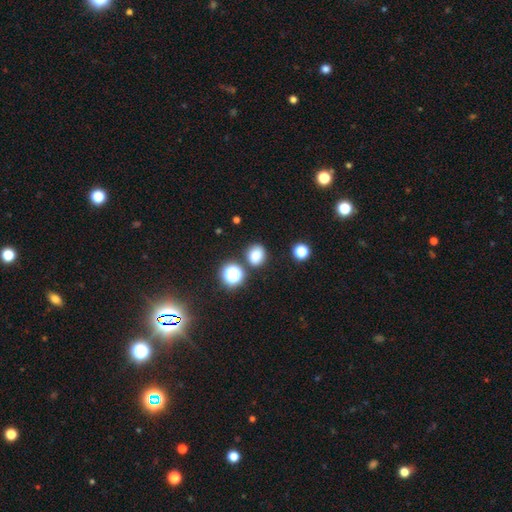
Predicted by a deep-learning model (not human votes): A smooth galaxy with no disk features (78%) that is round (64%).

Vote fractions:
- Smooth or featured? smooth: 78% / star or artifact: 16% / featured or disk: 6%
- How rounded? round: 64% / in between: 35% / cigar-shaped: 1%
- Merging? none: 79% / minor disturbance: 11% / merger: 7% / major disturbance: 3%